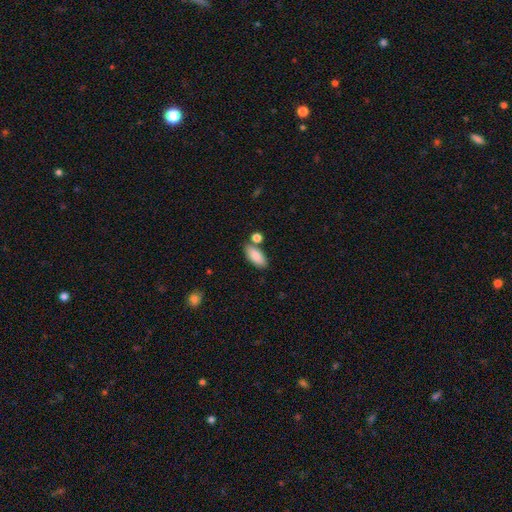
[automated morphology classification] Overall: smooth (87%). How rounded: in between (86%). Merging: none (73%).